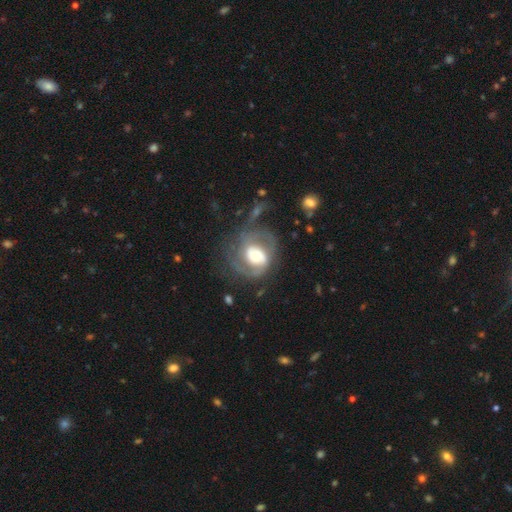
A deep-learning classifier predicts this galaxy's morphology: This is likely a featured or disk galaxy (77%). It is clearly not viewed edge-on (98%). Bar: likely no (61%). Spiral arm pattern: clearly yes (87%). Spiral arm count: possibly 2 (57%). Spiral winding: marginally medium (41%). Central bulge: possibly moderate (56%). Merging: possibly none (46%).